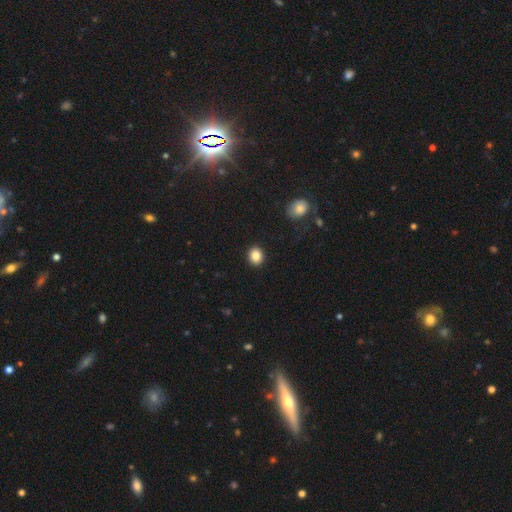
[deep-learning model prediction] A smooth galaxy with no disk features (86%) that is round (67%). Merging: none (91%).